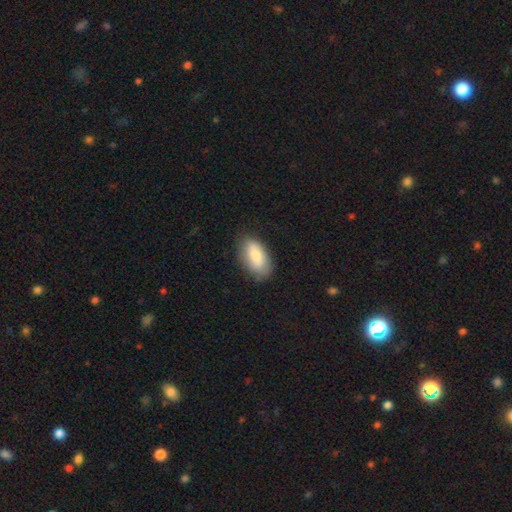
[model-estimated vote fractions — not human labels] The model was most divided on "smooth or featured": smooth: 76%, featured or disk: 18%, star or artifact: 6%. More confident: how rounded — in between (92%); merging — none (78%).